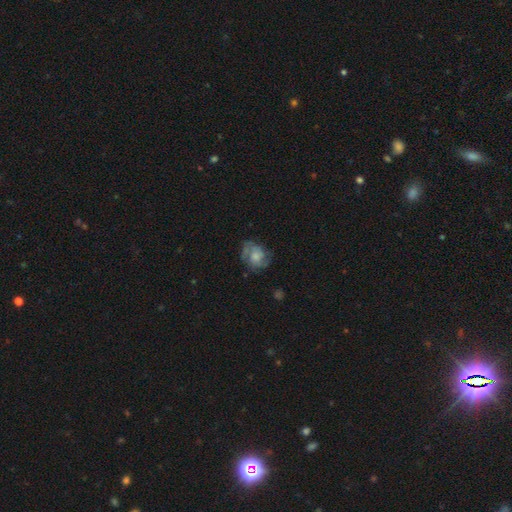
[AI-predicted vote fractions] smooth-or-featured: featured or disk: 54% | smooth: 37% | star or artifact: 8%
  disk-edge-on: no: 97% | yes: 3%
    bar: no: 77% | weak: 20% | strong: 3%
    has-spiral-arms: yes: 73% | no: 27%
    bulge-size: moderate: 35% | small: 26% | none: 18% | large: 18% | dominant: 3%
  merging: none: 58% | minor disturbance: 24% | major disturbance: 17% | merger: 2%